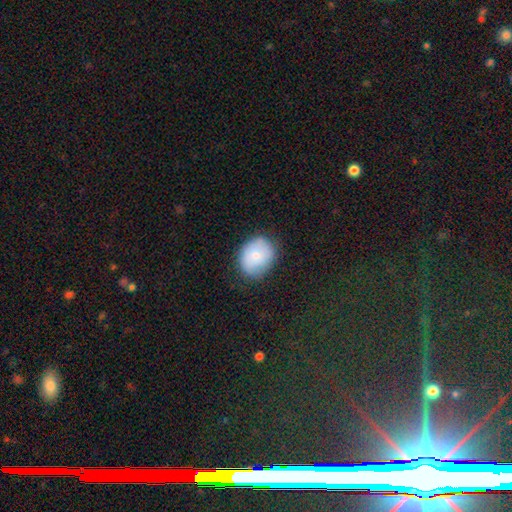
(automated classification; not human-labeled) Morphology: type=smooth (73%); roundness=round (51%); merging=none (72%).